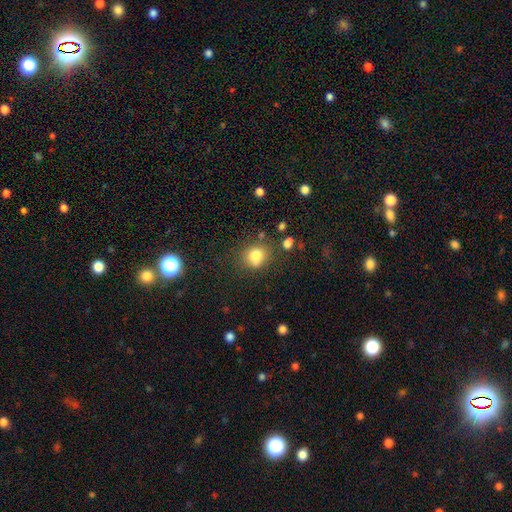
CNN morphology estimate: type=smooth (79%); roundness=round (68%); merging=none (65%).